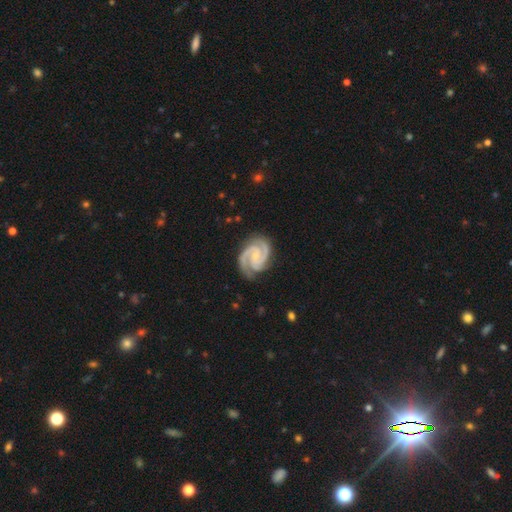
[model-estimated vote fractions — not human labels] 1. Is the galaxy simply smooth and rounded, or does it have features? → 94% featured or disk, 3% star or artifact, 3% smooth.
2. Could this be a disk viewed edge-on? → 98% no, 2% yes.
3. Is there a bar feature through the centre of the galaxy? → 54% no, 35% weak, 11% strong.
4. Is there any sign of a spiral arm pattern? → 99% yes, 1% no.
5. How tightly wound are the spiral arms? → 54% tight, 42% medium, 4% loose.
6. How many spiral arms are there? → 75% 2, 18% 3, 2% can't tell, 2% 4, 2% 1, 1% more than 4.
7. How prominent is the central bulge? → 69% small, 17% moderate, 12% none, 1% large, 1% dominant.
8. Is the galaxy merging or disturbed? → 80% none, 15% minor disturbance, 4% major disturbance, 1% merger.